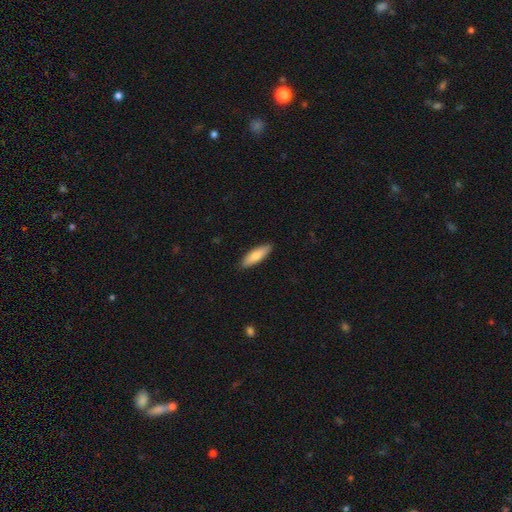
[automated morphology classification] type=smooth (76%); roundness=cigar-shaped (55%); merging=none (88%).